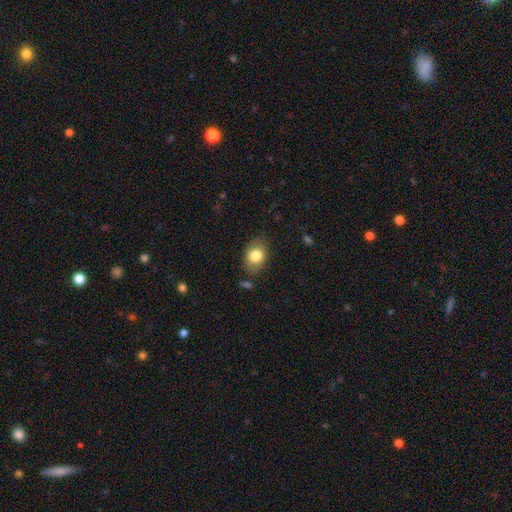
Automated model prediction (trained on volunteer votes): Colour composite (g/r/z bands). It shows a smooth galaxy with no disk features (79%) that is in between round and cigar-shaped (73%). Merging: none (77%).